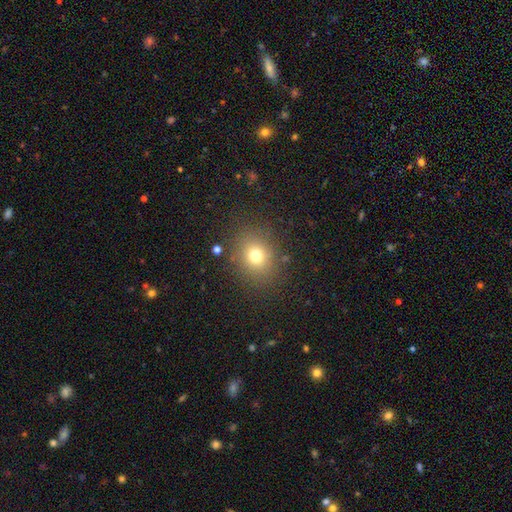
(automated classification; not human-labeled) Smooth or featured?
  - smooth: 74% *
  - star or artifact: 16%
  - featured or disk: 10%
How rounded?
  - round: 70% *
  - in between: 29%
  - cigar-shaped: 1%
Merging?
  - none: 84% *
  - minor disturbance: 9%
  - major disturbance: 5%
  - merger: 2%